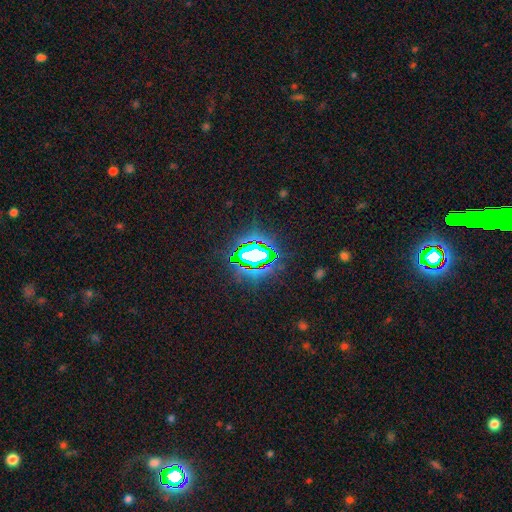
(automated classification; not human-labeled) Smooth or featured?
  - star or artifact: 72% *
  - smooth: 16%
  - featured or disk: 11%